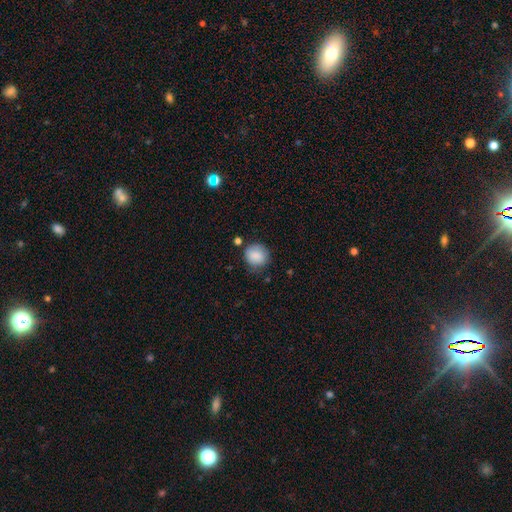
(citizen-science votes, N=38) This appears to be a smooth galaxy with no disk features (92%) that is round (80%). Merging: none (78%).